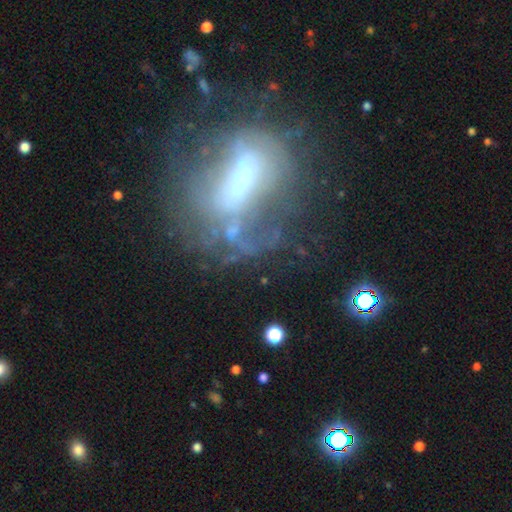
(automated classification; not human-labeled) A featured or disk galaxy (58%) with a strong bar (42%), no spiral arms (59%) and a moderate central bulge (32%).

Vote fractions:
- Smooth or featured? featured or disk: 58% / smooth: 26% / star or artifact: 15%
- Edge-on disk? no: 87% / yes: 13%
- Bar? strong: 42% / weak: 29% / no: 29%
- Spiral arms? no: 59% / yes: 41%
- Bulge size? moderate: 32% / small: 27% / none: 21% / large: 16% / dominant: 4%
- Merging? none: 48% / major disturbance: 25% / minor disturbance: 21% / merger: 7%